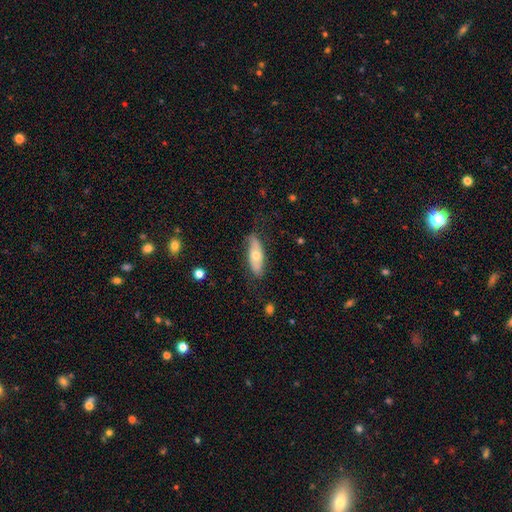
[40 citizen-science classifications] Q: Smooth or featured?
A: smooth (48%); runner-up: featured or disk (45%)
Q: How rounded?
A: cigar-shaped (63%); runner-up: in between (37%)
Q: Merging?
A: none (95%); runner-up: minor disturbance (5%)